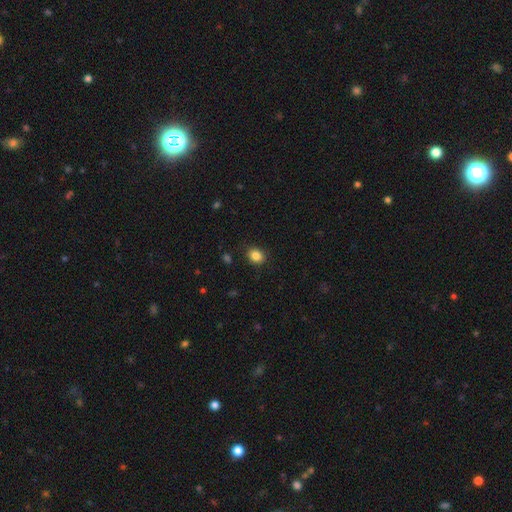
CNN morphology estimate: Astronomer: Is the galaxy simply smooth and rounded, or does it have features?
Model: smooth — 85%.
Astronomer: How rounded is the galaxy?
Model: round — 54% (runner-up: in between, 45%).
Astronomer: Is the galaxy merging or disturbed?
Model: none — 87%.